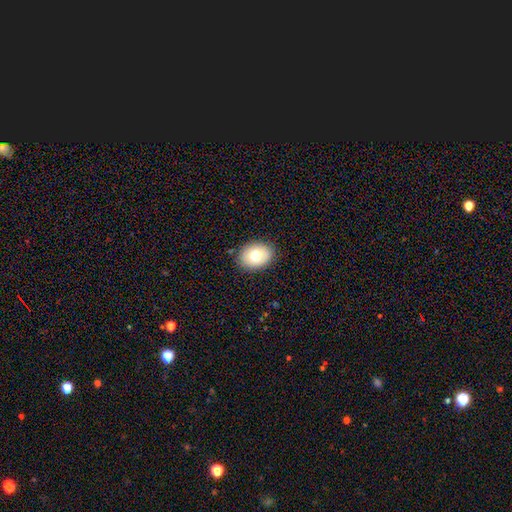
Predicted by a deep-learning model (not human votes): This is likely a smooth galaxy (75%). How rounded: likely in between (67%). Merging: clearly none (86%).